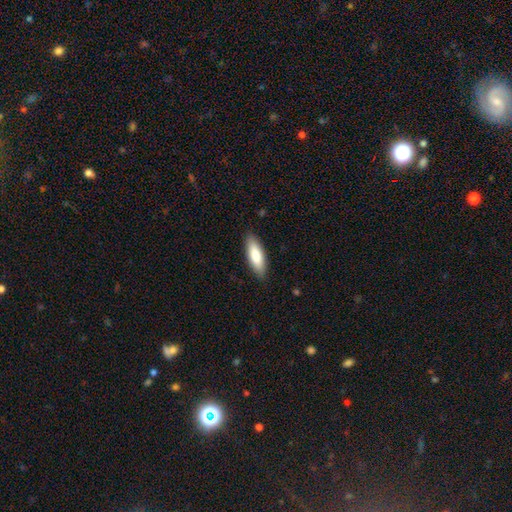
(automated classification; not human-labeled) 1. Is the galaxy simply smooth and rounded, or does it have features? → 81% smooth, 13% featured or disk, 5% star or artifact.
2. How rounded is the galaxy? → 60% in between, 38% cigar-shaped, 2% round.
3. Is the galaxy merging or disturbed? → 87% none, 10% minor disturbance, 2% major disturbance, 1% merger.